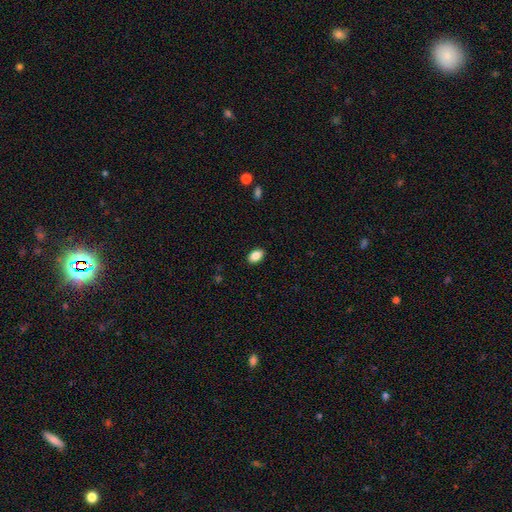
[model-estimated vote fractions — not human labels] A smooth galaxy with no disk features (87%) that is in between round and cigar-shaped (88%).

Vote fractions:
- Smooth or featured? smooth: 87% / star or artifact: 8% / featured or disk: 5%
- How rounded? in between: 88% / round: 10% / cigar-shaped: 1%
- Merging? none: 89% / minor disturbance: 8% / major disturbance: 2% / merger: 1%